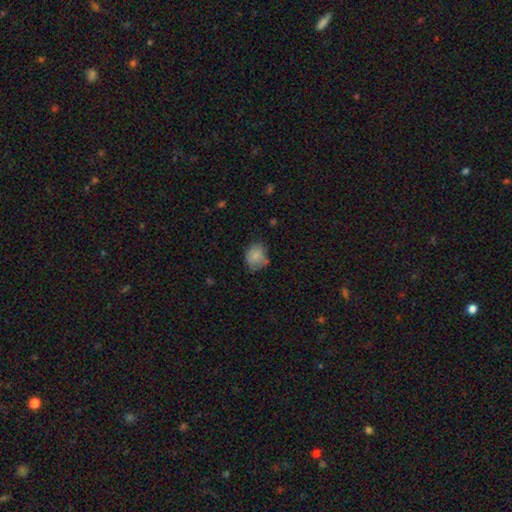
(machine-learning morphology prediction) A smooth galaxy with no disk features (83%) that is round (64%).

Vote fractions:
- Smooth or featured? smooth: 83% / star or artifact: 9% / featured or disk: 8%
- How rounded? round: 64% / in between: 35% / cigar-shaped: 1%
- Merging? none: 68% / minor disturbance: 24% / major disturbance: 6% / merger: 3%